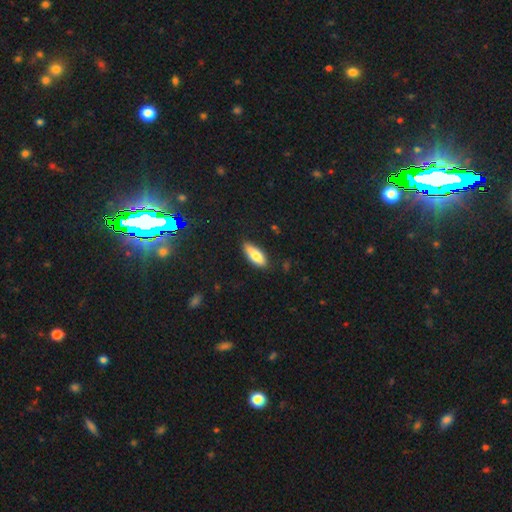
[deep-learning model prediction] The model was most divided on "how rounded": in between: 71%, cigar-shaped: 27%, round: 2%. More confident: merging — none (83%); smooth or featured — smooth (79%).